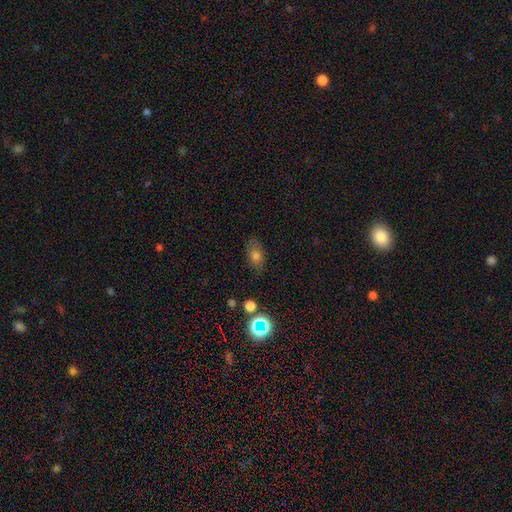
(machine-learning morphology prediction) Smooth or featured: smooth — 71% (star or artifact — 15%)
How rounded: in between — 80% (round — 18%)
Merging: none — 75% (minor disturbance — 18%)